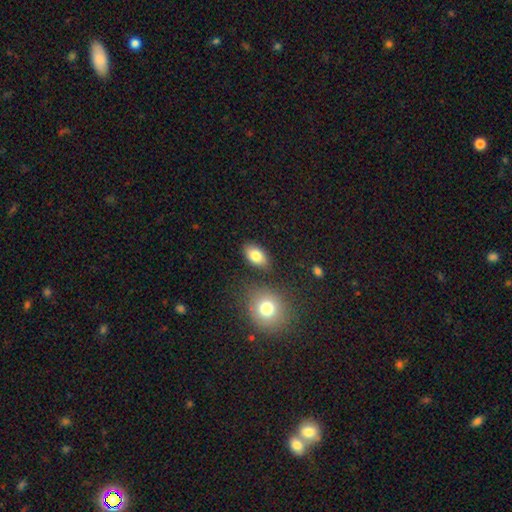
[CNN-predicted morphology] This is clearly a smooth galaxy (82%). How rounded: clearly in between (90%). Merging: clearly none (81%).